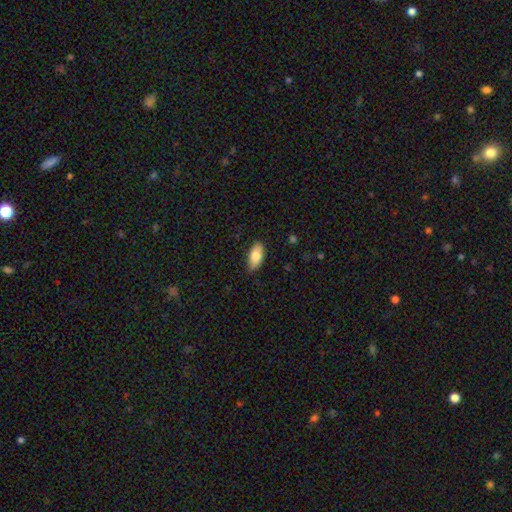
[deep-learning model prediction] Q: Smooth or featured?
A: smooth (80%); runner-up: featured or disk (14%)
Q: How rounded?
A: in between (89%); runner-up: cigar-shaped (8%)
Q: Merging?
A: none (85%); runner-up: minor disturbance (12%)